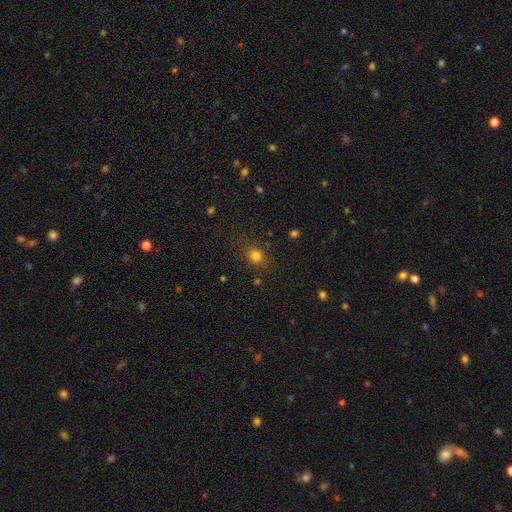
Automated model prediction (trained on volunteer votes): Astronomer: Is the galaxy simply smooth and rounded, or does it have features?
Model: smooth — 79%.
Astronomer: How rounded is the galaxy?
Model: round — 73%.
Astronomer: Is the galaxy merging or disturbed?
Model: none — 81%.